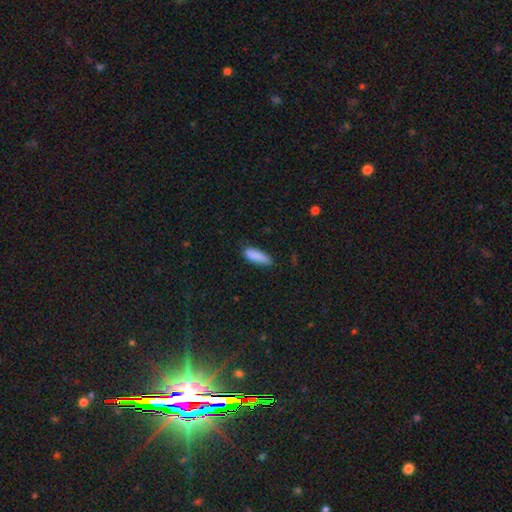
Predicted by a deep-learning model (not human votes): Smooth or featured: smooth — 88% (star or artifact — 7%)
How rounded: in between — 53% (cigar-shaped — 46%)
Merging: none — 74% (minor disturbance — 20%)